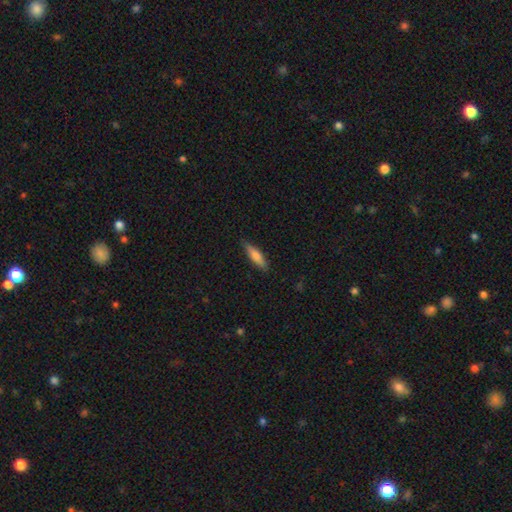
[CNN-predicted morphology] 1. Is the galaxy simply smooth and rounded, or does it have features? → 71% smooth, 23% featured or disk, 6% star or artifact.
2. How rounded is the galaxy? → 68% cigar-shaped, 30% in between, 2% round.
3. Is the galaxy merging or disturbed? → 85% none, 12% minor disturbance, 2% major disturbance, 1% merger.